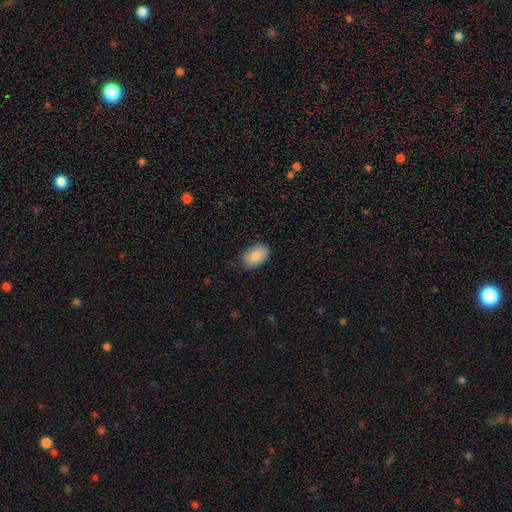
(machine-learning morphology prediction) smooth-or-featured: smooth: 87% | star or artifact: 7% | featured or disk: 6%
  how-rounded: in between: 89% | round: 10% | cigar-shaped: 1%
  merging: none: 82% | minor disturbance: 15% | major disturbance: 3% | merger: 1%